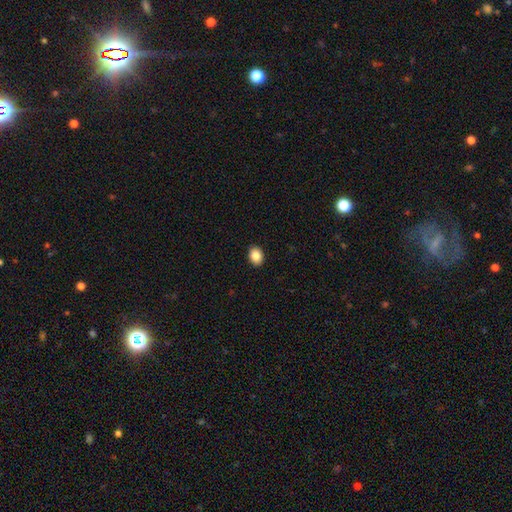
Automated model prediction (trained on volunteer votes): This appears to be a smooth galaxy with no disk features (87%) that is in between round and cigar-shaped (62%). Merging: none (91%).